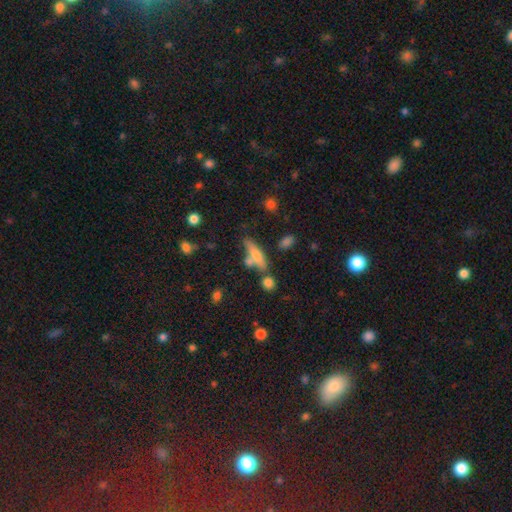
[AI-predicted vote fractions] This is likely a smooth galaxy (62%). How rounded: likely cigar-shaped (65%). Merging: possibly none (57%).